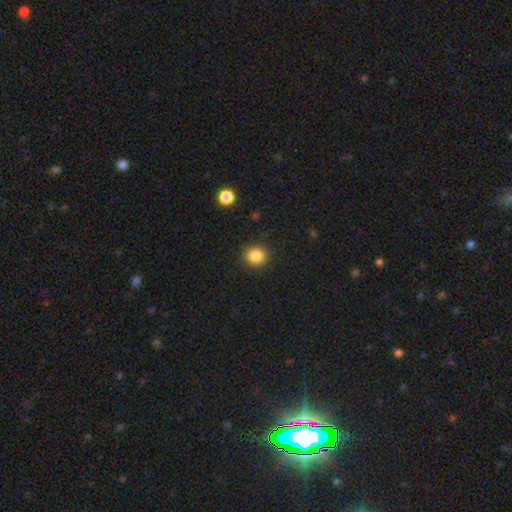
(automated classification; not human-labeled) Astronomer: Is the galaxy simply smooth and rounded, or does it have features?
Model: smooth — 85%.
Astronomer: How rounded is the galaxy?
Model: round — 87%.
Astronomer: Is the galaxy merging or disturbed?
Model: none — 90%.